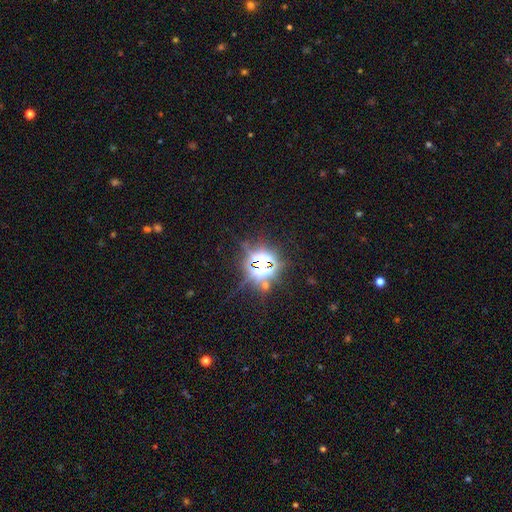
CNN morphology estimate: A star or artifact, not a galaxy (79%).

Vote fractions:
- Smooth or featured? star or artifact: 79% / smooth: 12% / featured or disk: 10%